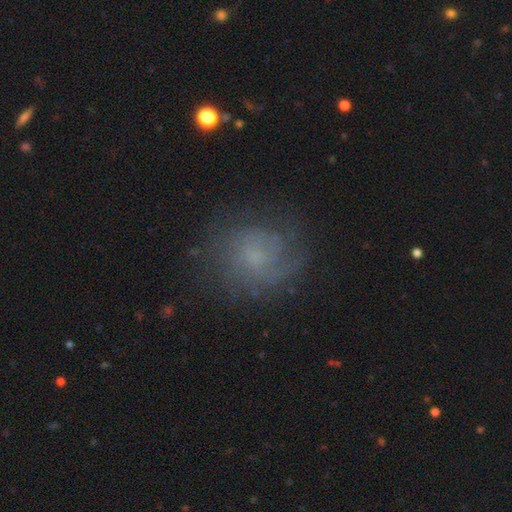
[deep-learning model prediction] Morphology: type=featured or disk (52%); edge-on=no (97%); bar=no (74%); spiral arms=yes (78%); bulge=small (37%); merging=none (70%).